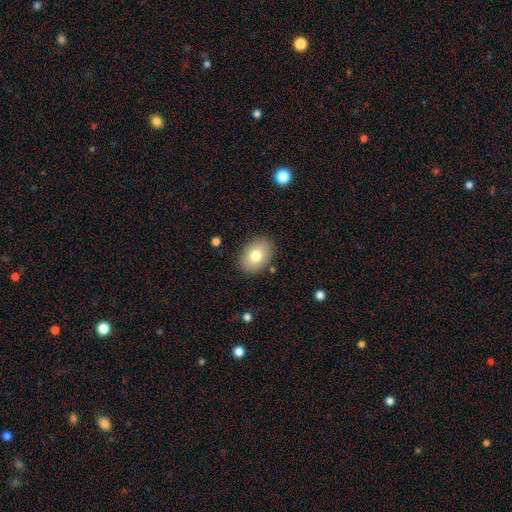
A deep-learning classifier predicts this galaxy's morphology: This appears to be a smooth galaxy with no disk features (77%) that is in between round and cigar-shaped (80%). Merging: none (87%).